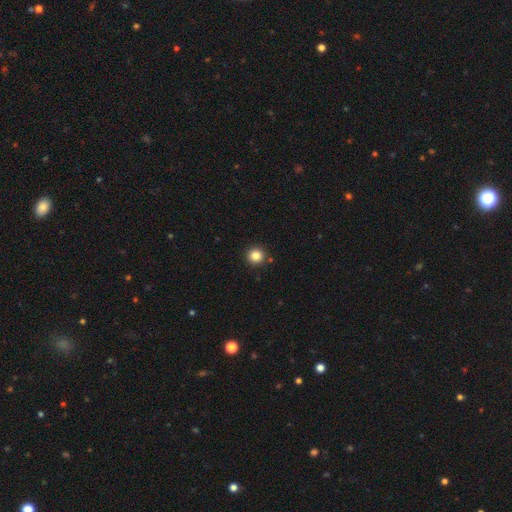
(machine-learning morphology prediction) smooth-or-featured: smooth: 84% | star or artifact: 11% | featured or disk: 4%
  how-rounded: round: 95% | in between: 4% | cigar-shaped: 1%
  merging: none: 91% | minor disturbance: 5% | merger: 2% | major disturbance: 2%